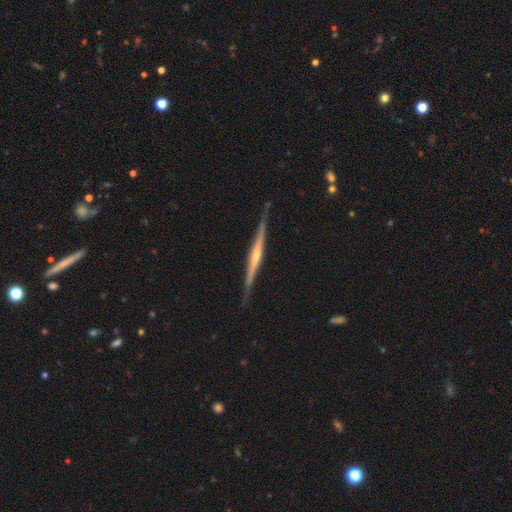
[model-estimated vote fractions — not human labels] smooth-or-featured: featured or disk: 78% | smooth: 17% | star or artifact: 5%
  disk-edge-on: yes: 98% | no: 2%
    edge-on-bulge: rounded: 58% | none: 31% | boxy: 11%
  merging: none: 85% | minor disturbance: 12% | major disturbance: 2% | merger: 1%